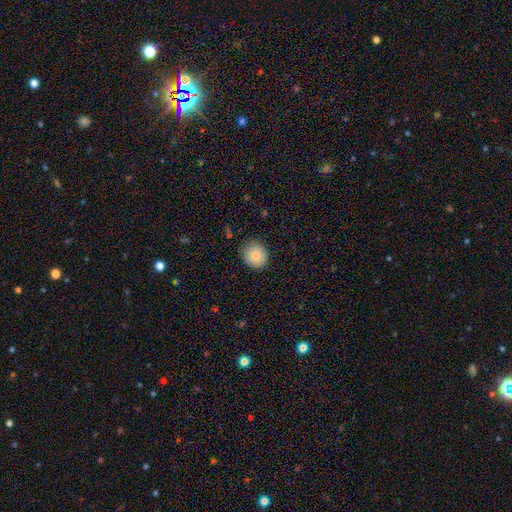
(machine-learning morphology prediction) Smooth or featured? Predicted: smooth (p=0.82). How rounded? Predicted: round (p=0.81). Merging? Predicted: none (p=0.85).